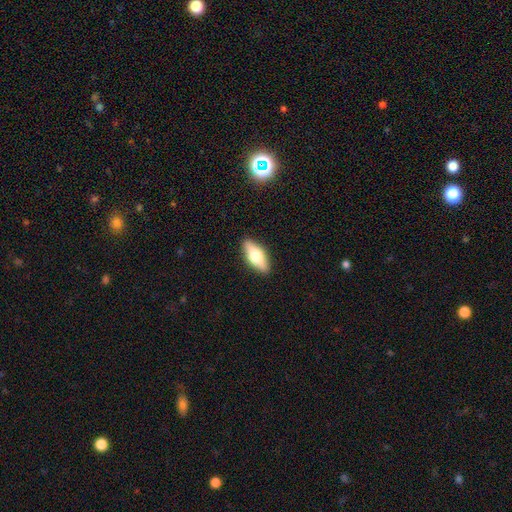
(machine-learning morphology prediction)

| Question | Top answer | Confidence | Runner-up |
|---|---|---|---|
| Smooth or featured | smooth | 57% | featured or disk (36%) |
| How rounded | in between | 74% | cigar-shaped (23%) |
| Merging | none | 89% | minor disturbance (8%) |